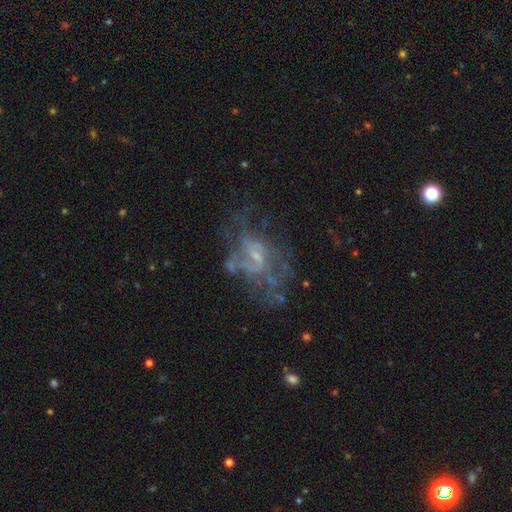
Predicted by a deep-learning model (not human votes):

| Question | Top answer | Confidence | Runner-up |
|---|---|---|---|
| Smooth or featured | featured or disk | 73% | star or artifact (14%) |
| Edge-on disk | no | 97% | yes (3%) |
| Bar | no | 52% | weak (40%) |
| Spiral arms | yes | 60% | no (40%) |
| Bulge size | small | 59% | none (20%) |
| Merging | none | 46% | major disturbance (30%) |